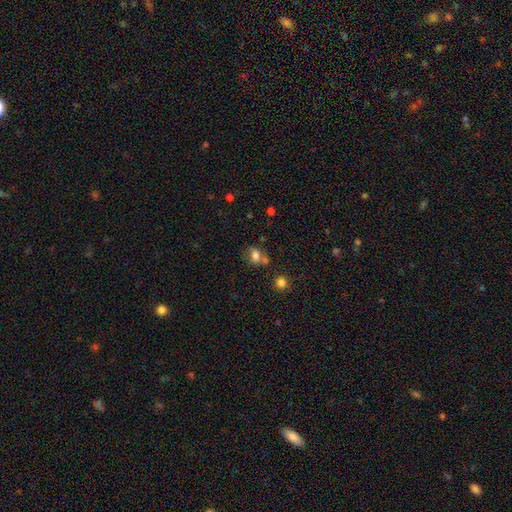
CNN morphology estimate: Smooth or featured? Predicted: smooth (p=0.73). How rounded? Predicted: in between (p=0.66). Merging? Predicted: none (p=0.50).